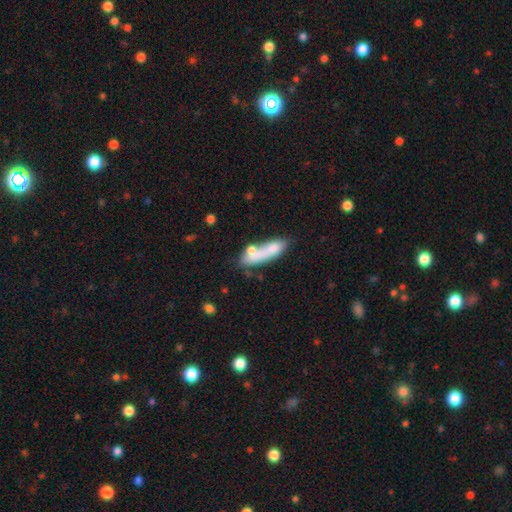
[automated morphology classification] A smooth galaxy with no disk features (69%) that is cigar-shaped (50%).

Vote fractions:
- Smooth or featured? smooth: 69% / featured or disk: 23% / star or artifact: 8%
- How rounded? cigar-shaped: 50% / in between: 44% / round: 6%
- Merging? merger: 35% (tied) / none: 35% (tied) / minor disturbance: 17% / major disturbance: 13%